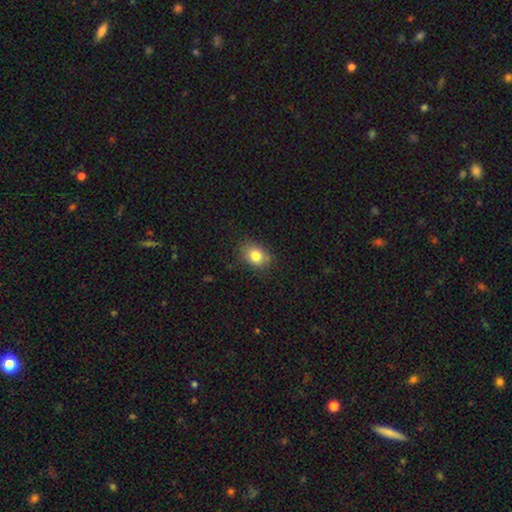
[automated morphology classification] A smooth galaxy with no disk features (82%) that is in between round and cigar-shaped (64%).

Vote fractions:
- Smooth or featured? smooth: 82% / star or artifact: 10% / featured or disk: 9%
- How rounded? in between: 64% / round: 35% / cigar-shaped: 1%
- Merging? none: 80% / minor disturbance: 15% / major disturbance: 4% / merger: 1%